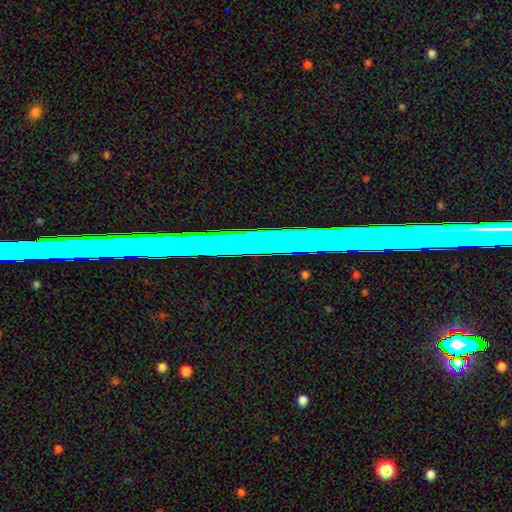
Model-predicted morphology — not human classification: This is possibly a star or artifact rather than a galaxy (57%).